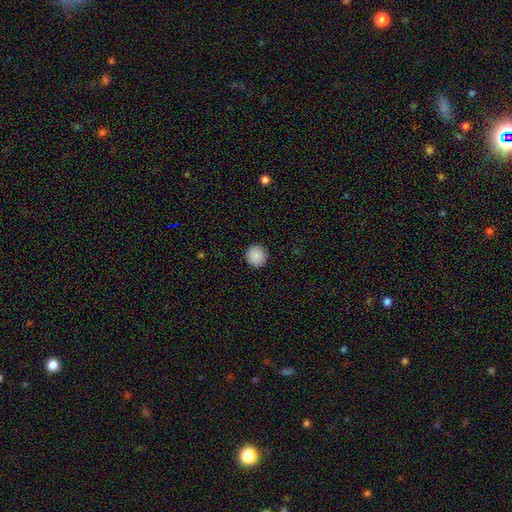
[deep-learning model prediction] smooth_or_featured: smooth (p=0.90) [alt: star or artifact p=0.08]
how_rounded: round (p=0.95) [alt: in between p=0.04]
merging: none (p=0.93) [alt: minor disturbance p=0.05]